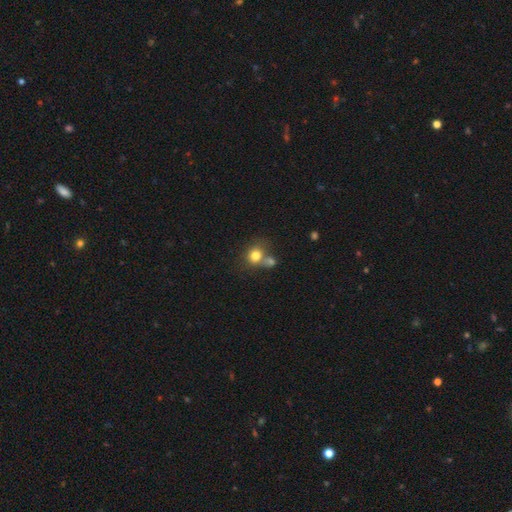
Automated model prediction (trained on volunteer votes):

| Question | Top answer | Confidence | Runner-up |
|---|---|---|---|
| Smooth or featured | smooth | 79% | star or artifact (11%) |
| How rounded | round | 69% | in between (30%) |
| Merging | none | 44% | merger (39%) |